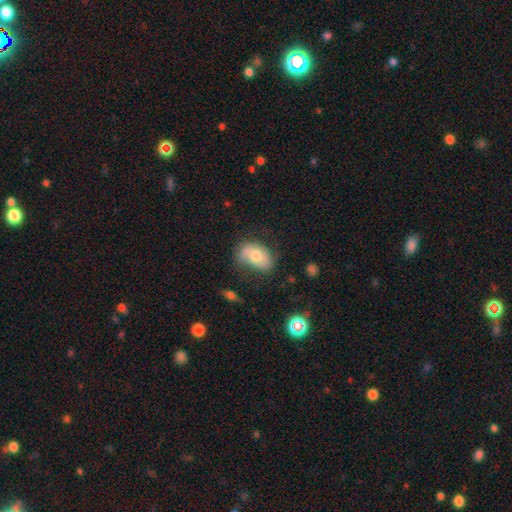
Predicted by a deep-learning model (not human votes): smooth 58%, featured or disk 33%, star or artifact 9%. Down the decision tree: how rounded — in between (85%); merging — none (55%).